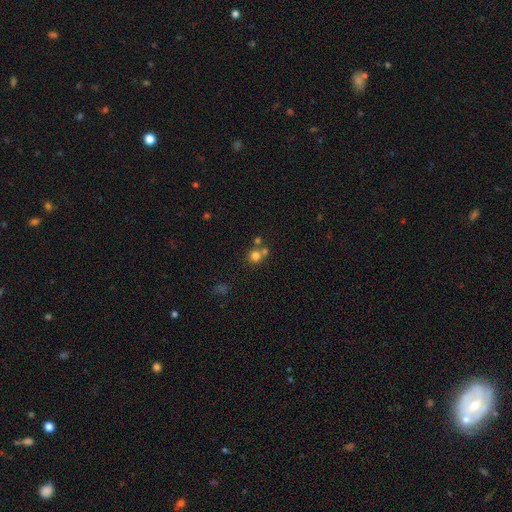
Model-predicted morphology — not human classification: Smooth or featured: smooth — 75% (star or artifact — 15%)
How rounded: round — 88% (in between — 11%)
Merging: none — 53% (merger — 37%)